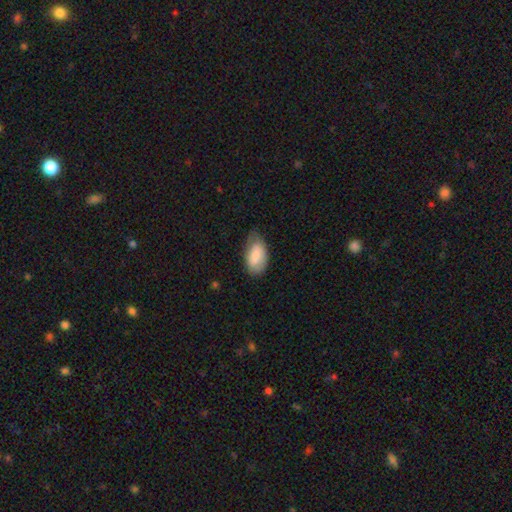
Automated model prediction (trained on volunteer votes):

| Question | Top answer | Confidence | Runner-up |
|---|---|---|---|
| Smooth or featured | smooth | 80% | featured or disk (14%) |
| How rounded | in between | 94% | round (4%) |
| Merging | none | 60% | minor disturbance (31%) |